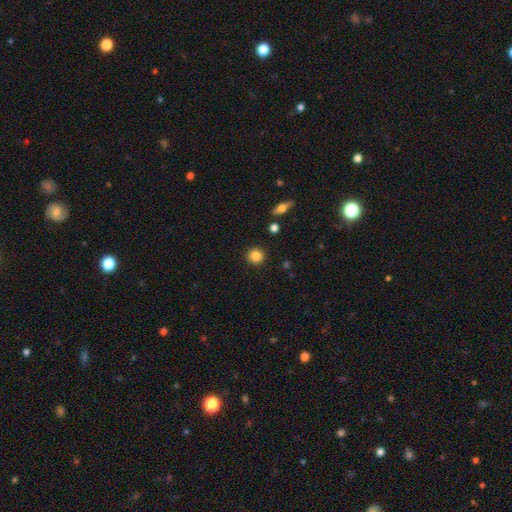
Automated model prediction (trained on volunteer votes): A smooth galaxy with no disk features (85%) that is round (91%). Merging: none (90%).